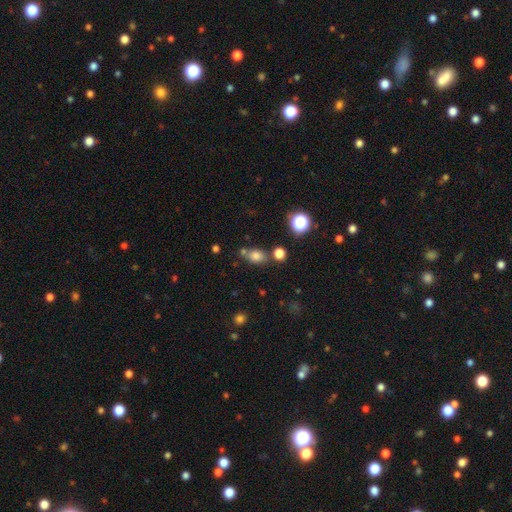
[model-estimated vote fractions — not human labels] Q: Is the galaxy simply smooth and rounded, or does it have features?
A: smooth — 77%.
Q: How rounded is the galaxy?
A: in between — 62%.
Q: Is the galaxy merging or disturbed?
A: none — 64%.